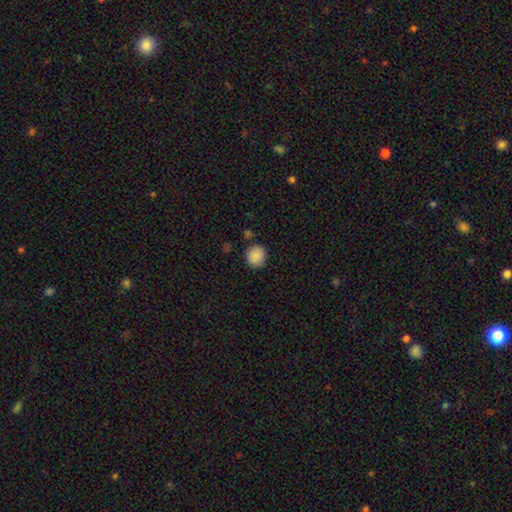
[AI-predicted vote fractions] Morphology: type=smooth (89%); roundness=round (87%); merging=none (86%).